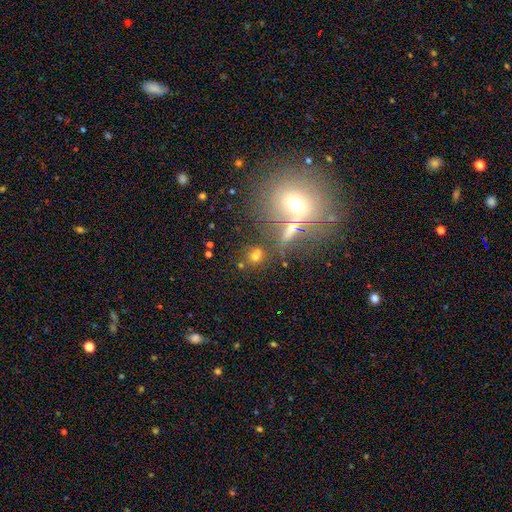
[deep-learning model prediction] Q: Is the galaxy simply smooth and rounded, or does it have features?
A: smooth — 57%.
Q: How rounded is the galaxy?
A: round — 66%.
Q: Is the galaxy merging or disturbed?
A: none — 64%.